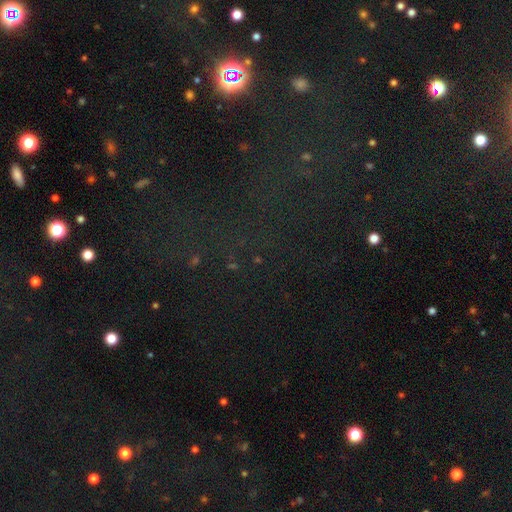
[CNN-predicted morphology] This is likely a star or artifact rather than a galaxy (68%).